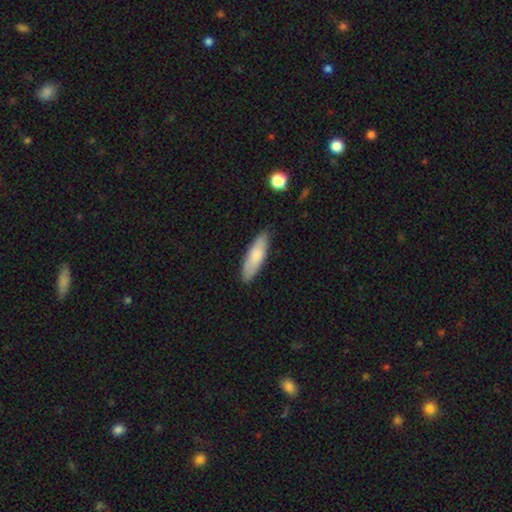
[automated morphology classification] Smooth or featured: smooth — 79% (featured or disk — 16%)
How rounded: cigar-shaped — 52% (in between — 46%)
Merging: none — 83% (minor disturbance — 14%)